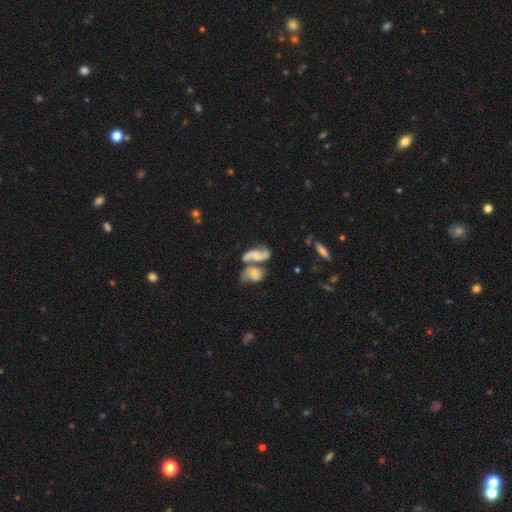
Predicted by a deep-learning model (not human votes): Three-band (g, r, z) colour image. It shows a featured or disk galaxy (65%) with no bar (60%), 2 (84%) loose (56%) spiral arms (89%) and a small central bulge (35%). Merging: merger (58%).